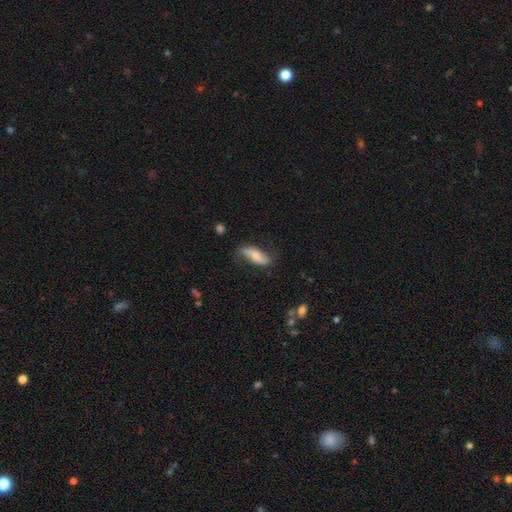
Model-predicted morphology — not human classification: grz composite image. It shows a smooth galaxy with no disk features (49%). Merging: none (66%).